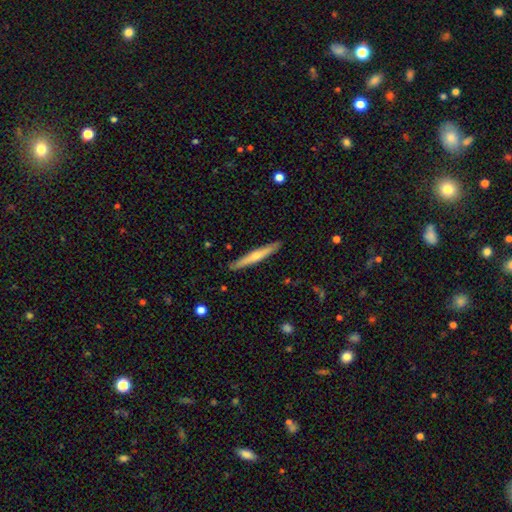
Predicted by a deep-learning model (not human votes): Smooth or featured: featured or disk — 57% (smooth — 38%)
Edge-on disk: yes — 96% (no — 4%)
Edge-on bulge: rounded — 78% (none — 19%)
Merging: none — 90% (minor disturbance — 7%)